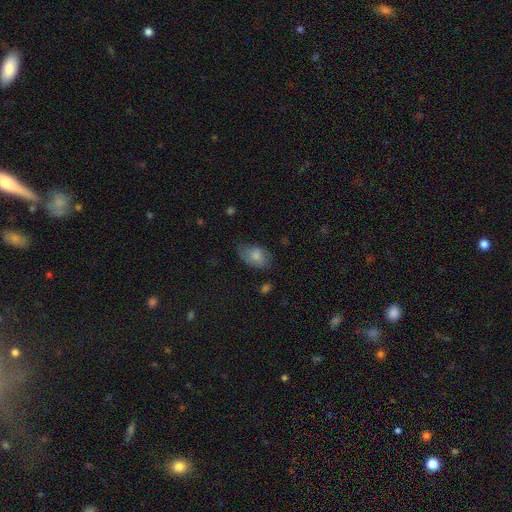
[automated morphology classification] This is likely a smooth galaxy (75%). How rounded: clearly in between (87%). Merging: possibly none (49%).